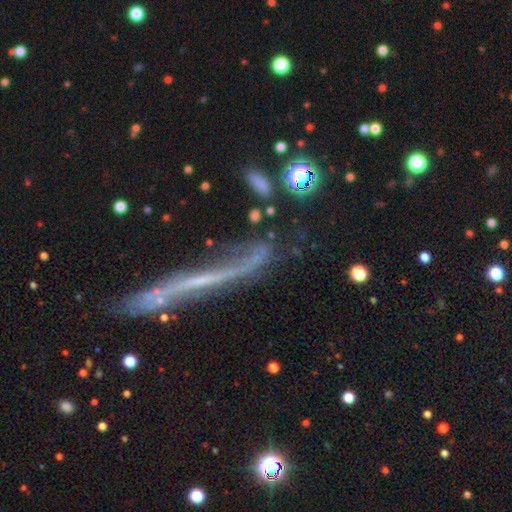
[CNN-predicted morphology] smooth-or-featured: featured or disk: 63% | smooth: 22% | star or artifact: 15%
  disk-edge-on: yes: 50% (tied) | no: 50% (tied)
  merging: none: 43% | major disturbance: 24% | minor disturbance: 21% | merger: 12%